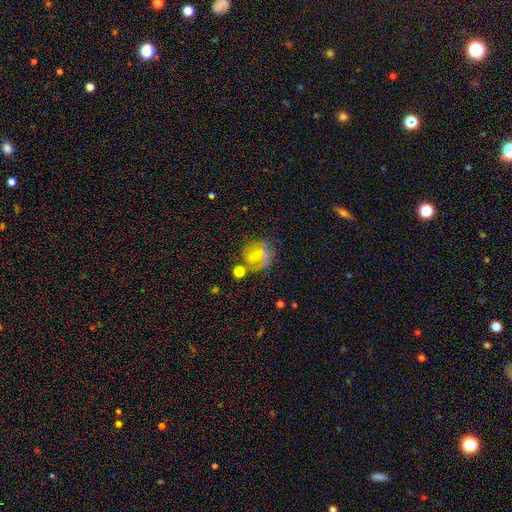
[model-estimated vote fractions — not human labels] The model was most divided on "smooth or featured": smooth: 49%, featured or disk: 31%, star or artifact: 20%. More confident: merging — none (56%).